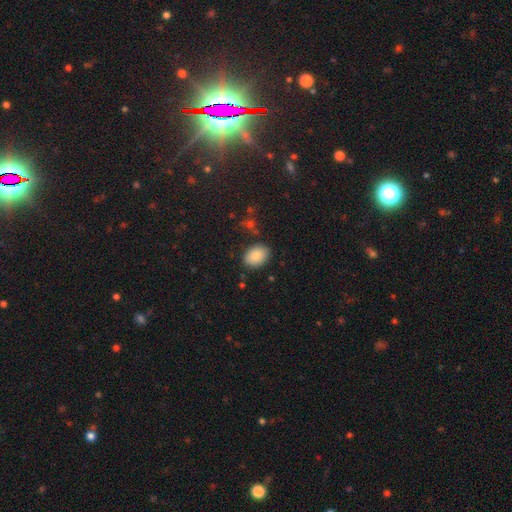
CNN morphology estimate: Q: Smooth or featured?
A: smooth (84%); runner-up: featured or disk (8%)
Q: How rounded?
A: in between (80%); runner-up: round (19%)
Q: Merging?
A: none (85%); runner-up: minor disturbance (11%)